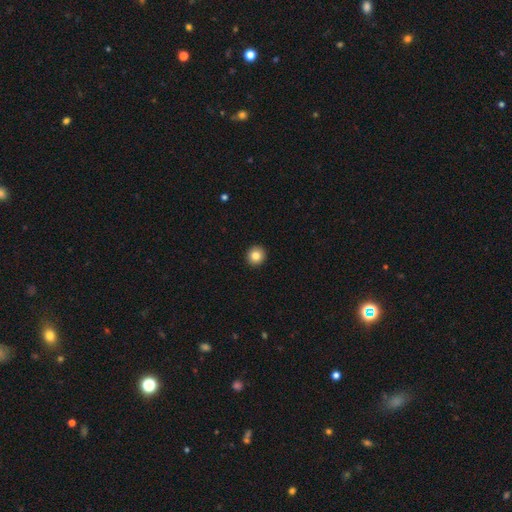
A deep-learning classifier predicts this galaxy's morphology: This is clearly a smooth galaxy (84%). How rounded: clearly round (93%). Merging: clearly none (94%).